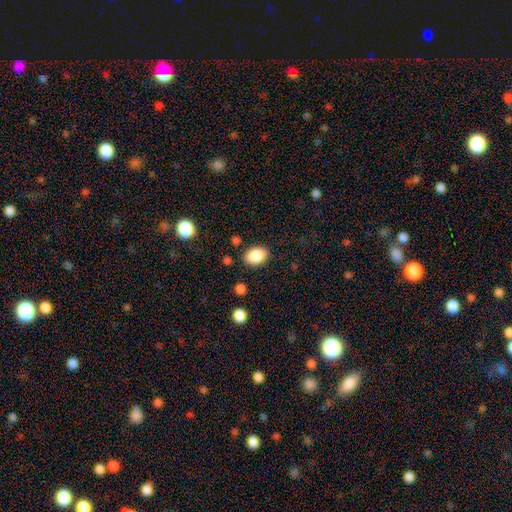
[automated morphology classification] Overall: smooth (87%). How rounded: in between (82%). Merging: none (85%).